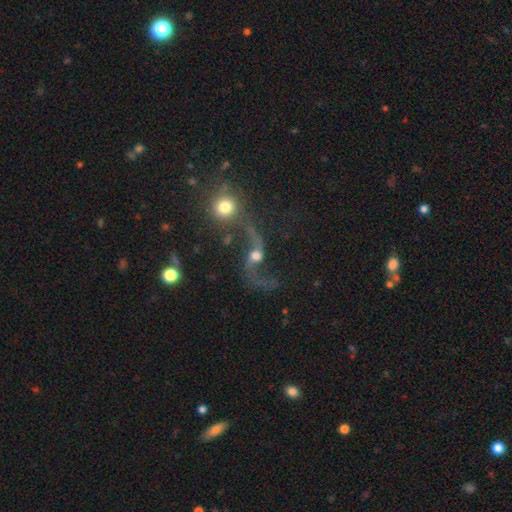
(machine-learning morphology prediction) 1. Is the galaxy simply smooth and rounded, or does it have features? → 79% featured or disk, 12% smooth, 9% star or artifact.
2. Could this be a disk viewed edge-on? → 95% no, 5% yes.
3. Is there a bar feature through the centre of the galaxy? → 60% no, 28% weak, 11% strong.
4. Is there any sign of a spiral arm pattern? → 91% yes, 9% no.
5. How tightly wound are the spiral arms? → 92% loose, 6% medium, 2% tight.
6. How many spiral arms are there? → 92% 2, 4% 1, 1% can't tell, 1% 3, 1% 4, 1% more than 4.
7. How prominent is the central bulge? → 50% moderate, 25% large, 16% small, 5% dominant, 4% none.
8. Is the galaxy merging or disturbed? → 44% none, 22% major disturbance, 20% merger, 13% minor disturbance.